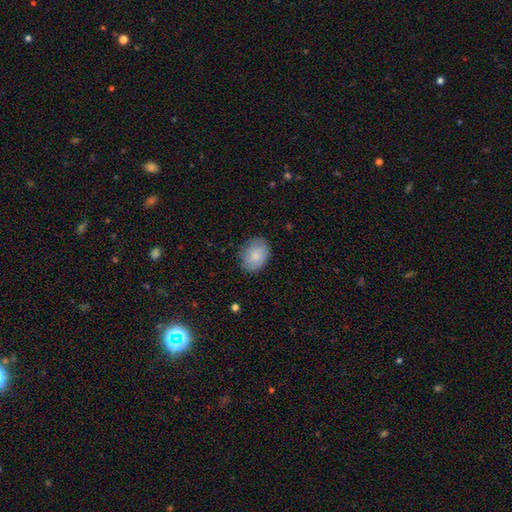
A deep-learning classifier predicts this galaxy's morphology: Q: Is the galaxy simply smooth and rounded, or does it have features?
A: smooth — 82%.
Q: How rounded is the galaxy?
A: in between — 70%.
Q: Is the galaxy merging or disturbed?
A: none — 79%.